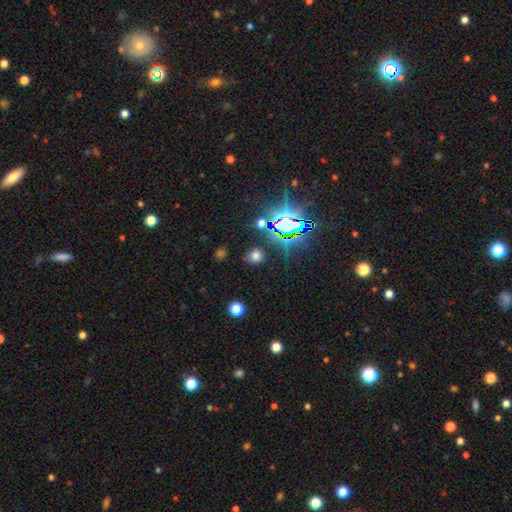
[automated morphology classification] This is likely a smooth galaxy (62%). How rounded: clearly round (81%). Merging: clearly none (84%).